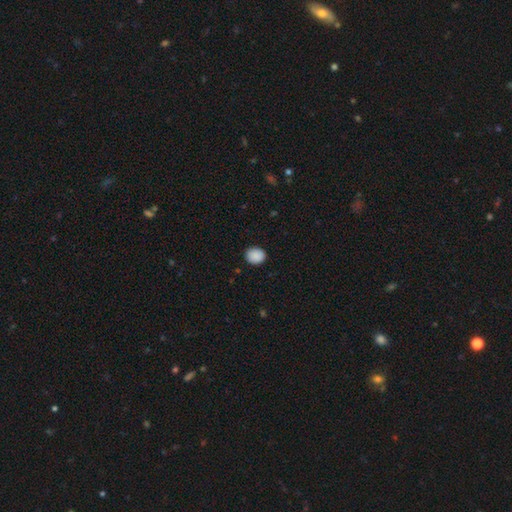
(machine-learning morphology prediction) A smooth galaxy with no disk features (90%) that is round (58%). Merging: none (89%).